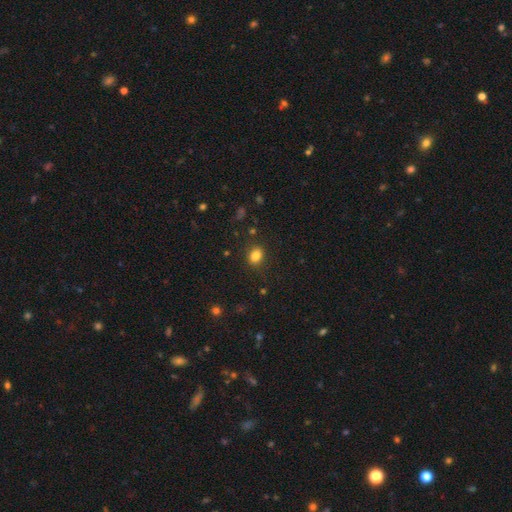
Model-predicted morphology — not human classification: Smooth or featured: smooth — 84% (star or artifact — 11%)
How rounded: in between — 62% (round — 36%)
Merging: none — 84% (minor disturbance — 11%)